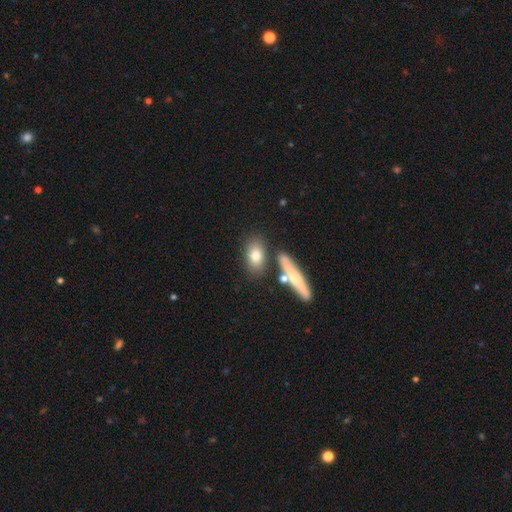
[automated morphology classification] The model was most divided on "smooth or featured": smooth: 75%, featured or disk: 17%, star or artifact: 8%. More confident: how rounded — in between (76%); merging — none (72%).